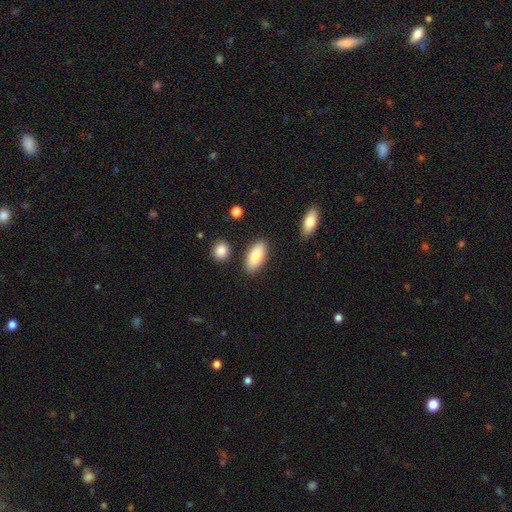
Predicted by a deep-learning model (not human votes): The model was most divided on "smooth or featured": smooth: 83%, featured or disk: 11%, star or artifact: 6%. More confident: how rounded — in between (89%); merging — none (85%).